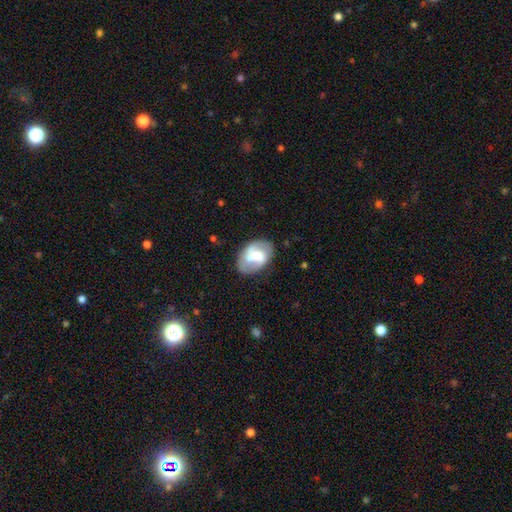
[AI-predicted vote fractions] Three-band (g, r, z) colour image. It shows a featured or disk galaxy (53%) with a weak bar (44%), spiral arms (60%) and a moderate central bulge (51%). Merging: none (66%).